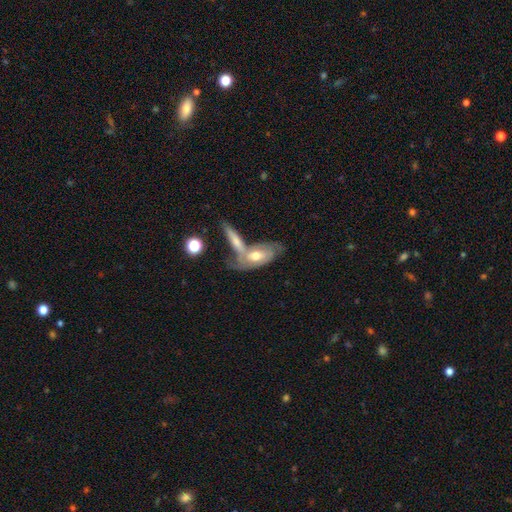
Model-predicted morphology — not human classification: A featured or disk galaxy (56%). Merging: merger (46%).